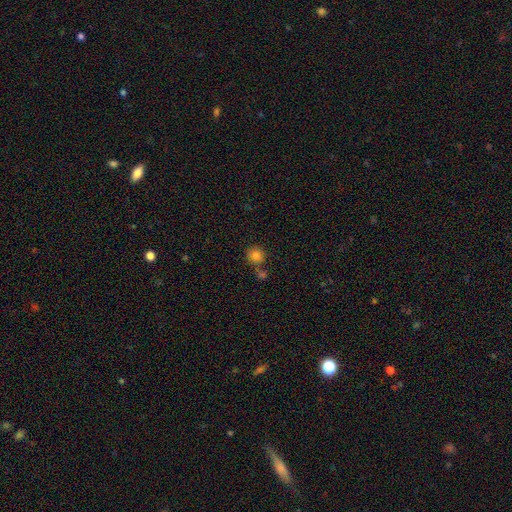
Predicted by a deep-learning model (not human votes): Morphology: type=smooth (83%); roundness=round (87%); merging=none (66%).